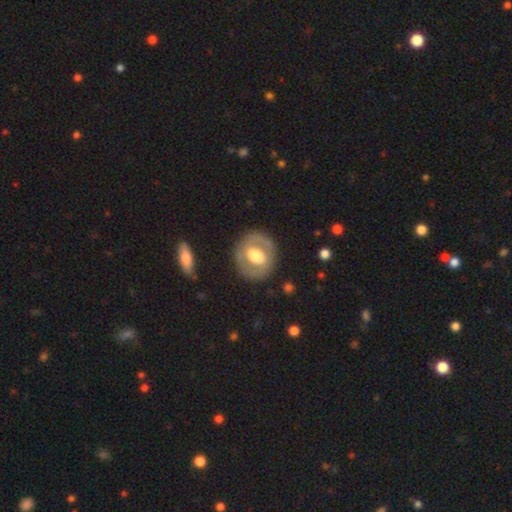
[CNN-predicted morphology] This is possibly a featured or disk galaxy (57%). It is clearly not viewed edge-on (95%). Bar: marginally no (41%). Spiral arm pattern: likely no (69%). Central bulge: possibly moderate (47%). Merging: clearly none (81%).